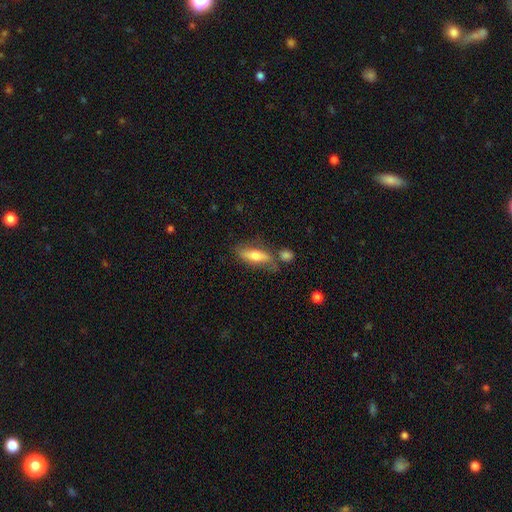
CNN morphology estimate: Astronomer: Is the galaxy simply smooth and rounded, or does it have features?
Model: smooth — 54% (runner-up: featured or disk, 38%).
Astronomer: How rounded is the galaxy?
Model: in between — 54% (runner-up: cigar-shaped, 43%).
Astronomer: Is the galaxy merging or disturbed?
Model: none — 60%.